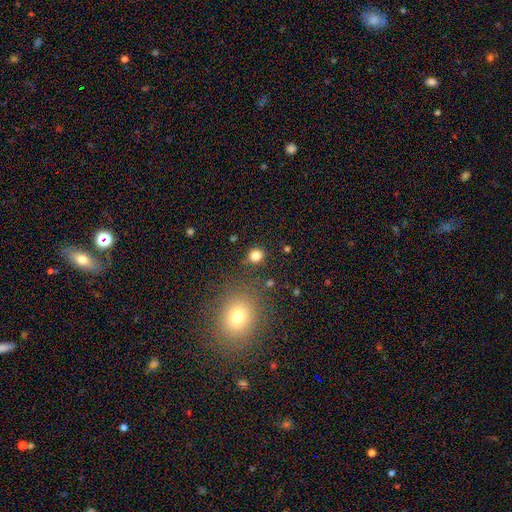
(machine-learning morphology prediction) smooth-or-featured: smooth: 81% | star or artifact: 14% | featured or disk: 5%
  how-rounded: round: 83% | in between: 16% | cigar-shaped: 1%
  merging: none: 85% | minor disturbance: 8% | merger: 3% | major disturbance: 3%